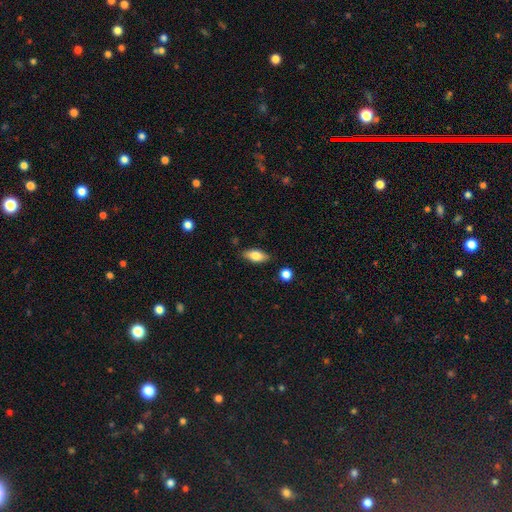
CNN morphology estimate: A smooth galaxy with no disk features (76%) that is in between round and cigar-shaped (84%). Merging: none (84%).